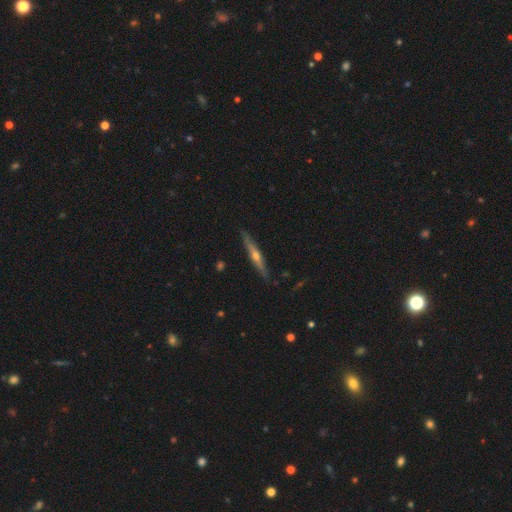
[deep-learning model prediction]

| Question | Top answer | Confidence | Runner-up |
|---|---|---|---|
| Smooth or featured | featured or disk | 71% | smooth (23%) |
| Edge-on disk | yes | 96% | no (4%) |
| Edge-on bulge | rounded | 86% | none (11%) |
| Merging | none | 88% | minor disturbance (9%) |